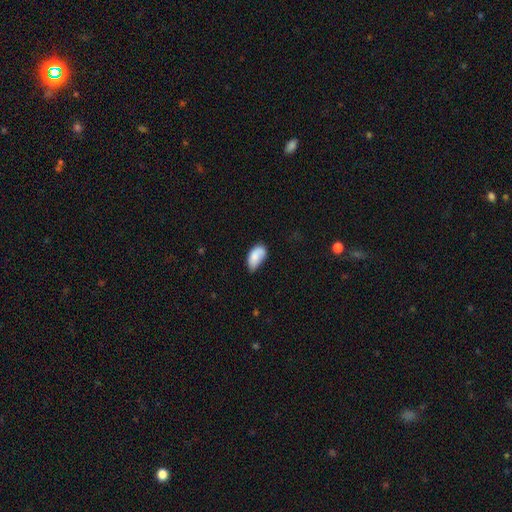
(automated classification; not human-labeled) This is likely a smooth galaxy (79%). How rounded: clearly in between (93%). Merging: marginally minor disturbance (42%, tied with none).